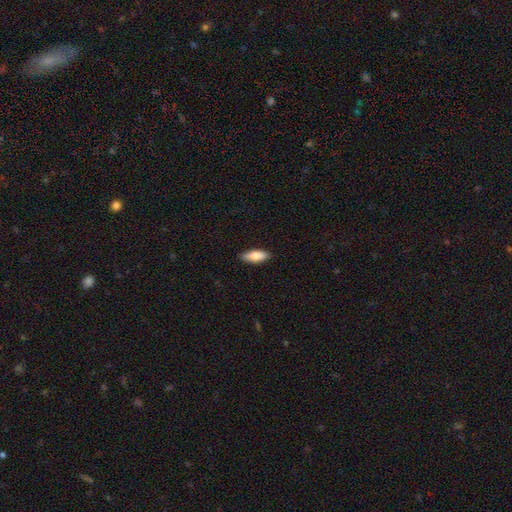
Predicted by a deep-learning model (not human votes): smooth-or-featured: smooth: 79% | featured or disk: 15% | star or artifact: 6%
  how-rounded: in between: 65% | cigar-shaped: 32% | round: 2%
  merging: none: 89% | minor disturbance: 8% | major disturbance: 2% | merger: 1%